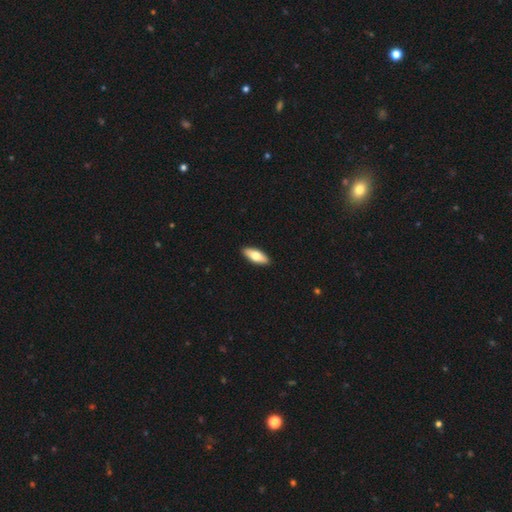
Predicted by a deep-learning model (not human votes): A smooth galaxy with no disk features (71%) that is in between round and cigar-shaped (71%).

Vote fractions:
- Smooth or featured? smooth: 71% / featured or disk: 24% / star or artifact: 5%
- How rounded? in between: 71% / cigar-shaped: 27% / round: 2%
- Merging? none: 92% / minor disturbance: 6% / major disturbance: 1% / merger: 1%